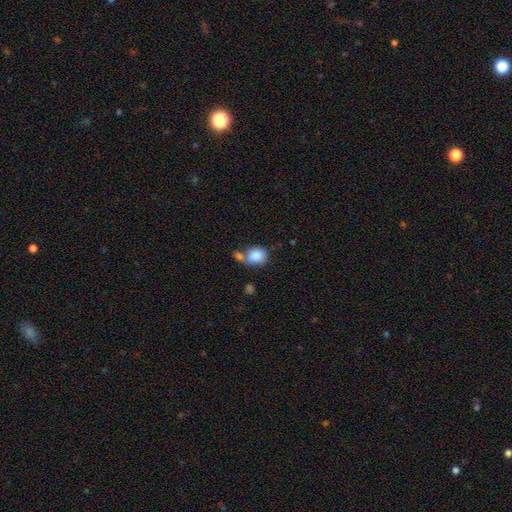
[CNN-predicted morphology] Overall: smooth (85%). How rounded: round (53%; in between 46%). Merging: none (43%; merger 37%).